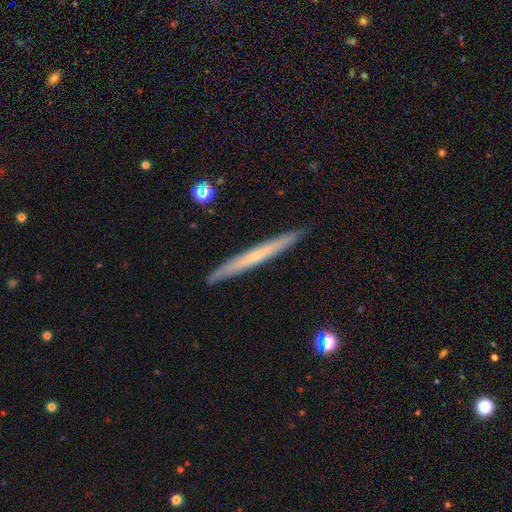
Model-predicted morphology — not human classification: The model was most divided on "smooth or featured": featured or disk: 49%, smooth: 45%, star or artifact: 6%. More confident: merging — none (91%).